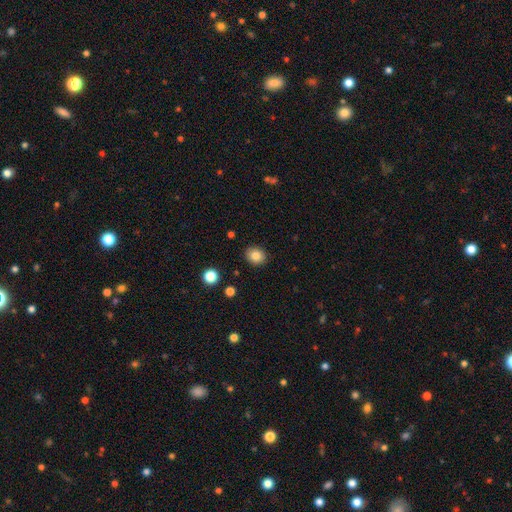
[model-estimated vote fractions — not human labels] Overall: smooth (83%). How rounded: round (69%; in between 30%). Merging: none (89%).